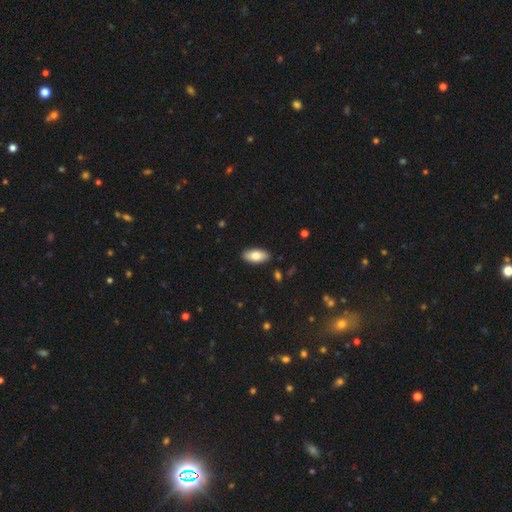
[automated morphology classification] This is clearly a smooth galaxy (81%). How rounded: clearly in between (91%). Merging: clearly none (89%).